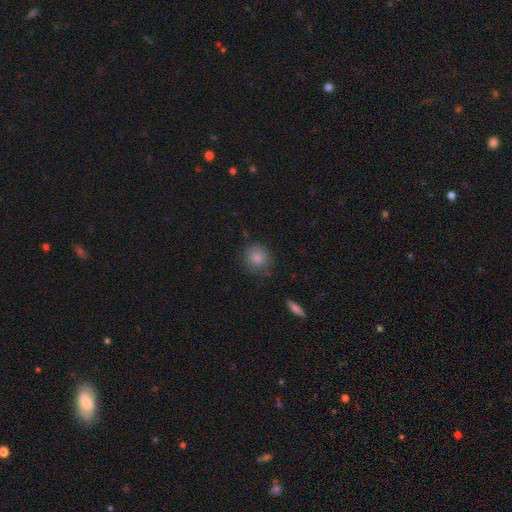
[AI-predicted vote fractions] Overall: smooth (84%). How rounded: round (87%). Merging: none (73%).